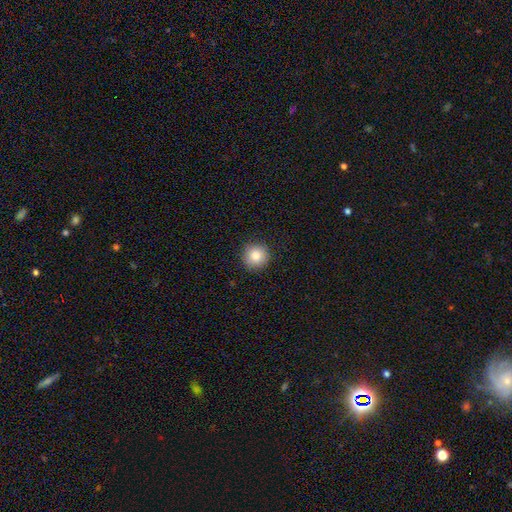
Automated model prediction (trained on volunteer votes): smooth 83%, star or artifact 10%, featured or disk 7%. Down the decision tree: how rounded — round (94%); merging — none (90%).